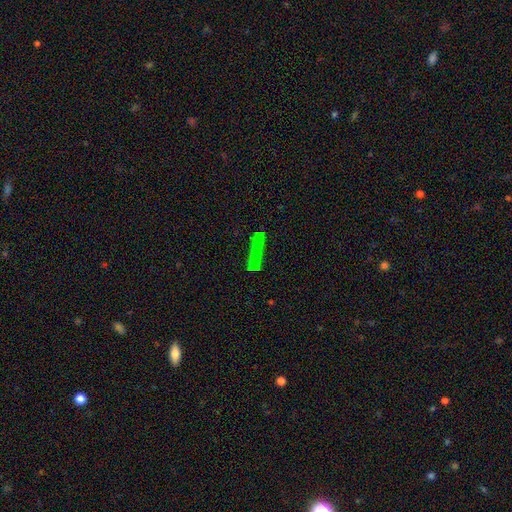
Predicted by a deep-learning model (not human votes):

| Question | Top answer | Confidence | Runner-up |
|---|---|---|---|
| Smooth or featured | smooth | 51% | featured or disk (28%) |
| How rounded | cigar-shaped | 90% | in between (7%) |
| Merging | none | 73% | minor disturbance (15%) |